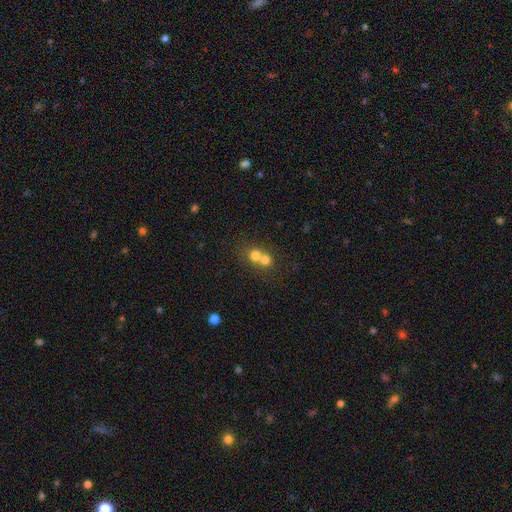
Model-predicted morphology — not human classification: Overall: smooth (71%). How rounded: round (80%). Merging: merger (67%).